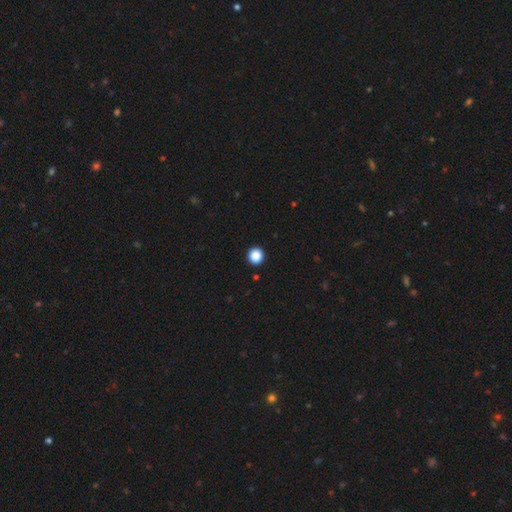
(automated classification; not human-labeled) Overall: smooth (88%). How rounded: round (94%). Merging: none (94%).